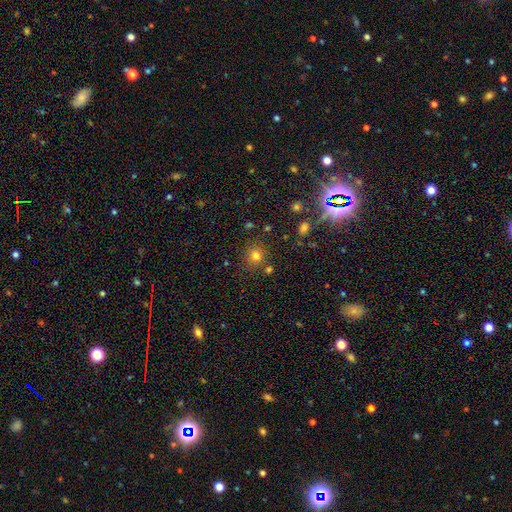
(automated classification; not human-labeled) A smooth galaxy with no disk features (77%) that is round (86%). Merging: none (79%).